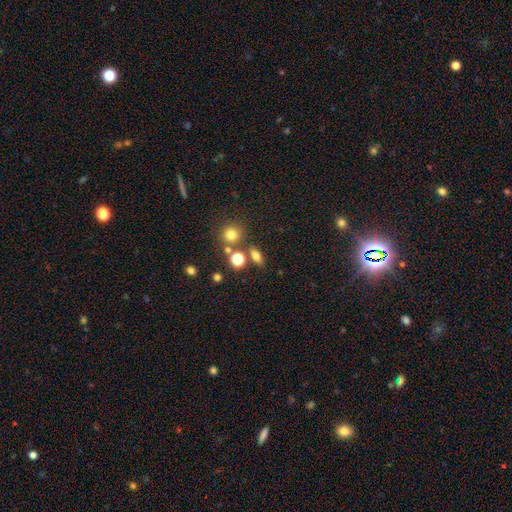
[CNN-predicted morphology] A smooth galaxy with no disk features (73%) that is in between round and cigar-shaped (66%).

Vote fractions:
- Smooth or featured? smooth: 73% / star or artifact: 16% / featured or disk: 11%
- How rounded? in between: 66% / round: 26% / cigar-shaped: 8%
- Merging? none: 73% / merger: 12% / minor disturbance: 11% / major disturbance: 4%